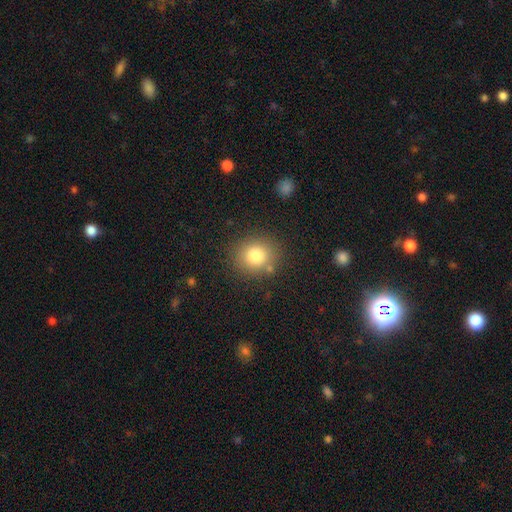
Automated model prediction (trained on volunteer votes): smooth-or-featured: smooth: 80% | star or artifact: 11% | featured or disk: 8%
  how-rounded: round: 79% | in between: 20% | cigar-shaped: 1%
  merging: none: 82% | minor disturbance: 10% | merger: 4% | major disturbance: 4%